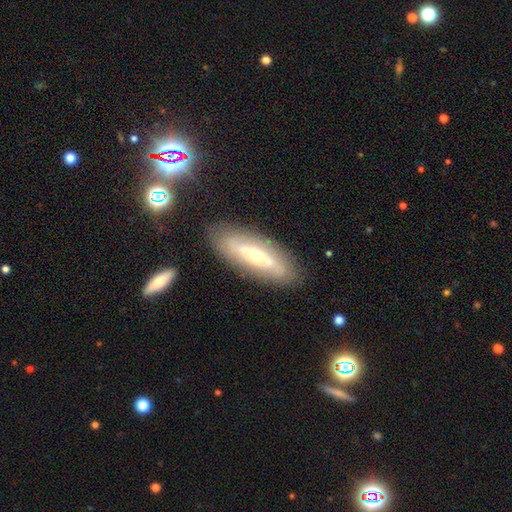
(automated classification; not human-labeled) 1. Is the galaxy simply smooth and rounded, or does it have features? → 68% featured or disk, 25% smooth, 7% star or artifact.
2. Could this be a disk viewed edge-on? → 70% no, 30% yes.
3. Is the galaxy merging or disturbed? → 81% none, 13% minor disturbance, 4% major disturbance, 2% merger.